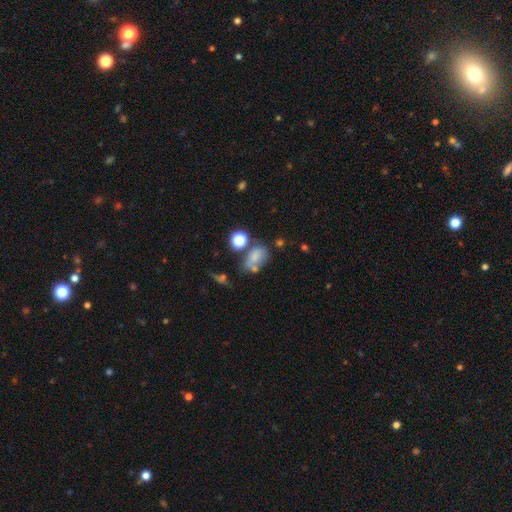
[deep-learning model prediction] Smooth or featured? smooth (69%)
How rounded? in between (76%)
Merging? none (44%)